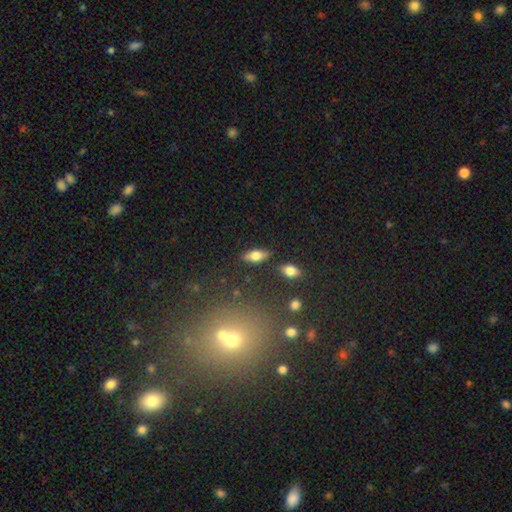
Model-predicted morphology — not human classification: This is likely a smooth galaxy (64%). How rounded: likely in between (77%). Merging: clearly none (82%).